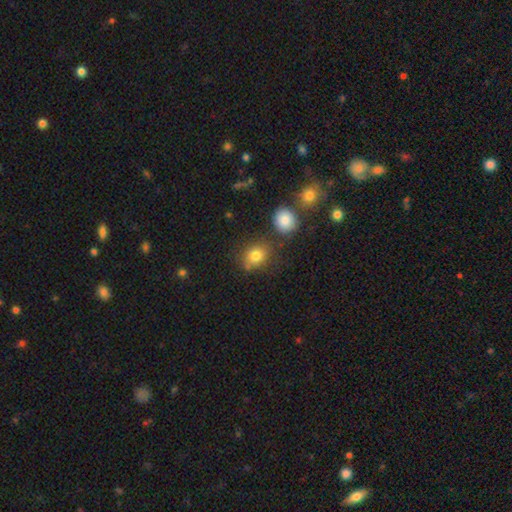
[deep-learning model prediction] This appears to be a smooth galaxy with no disk features (80%) that is round (55%). Merging: none (72%).